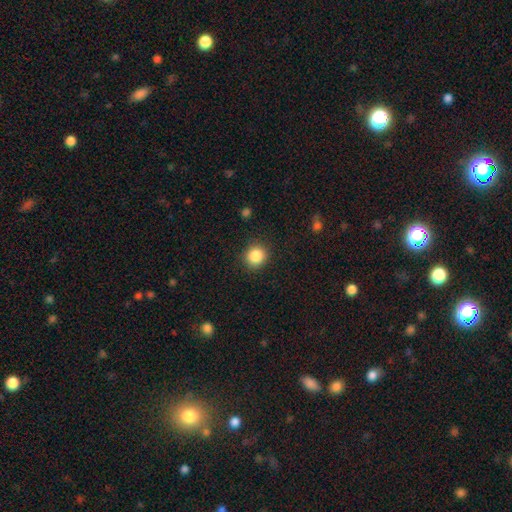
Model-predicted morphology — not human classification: smooth 86%, star or artifact 10%, featured or disk 4%. Down the decision tree: how rounded — round (87%); merging — none (89%).